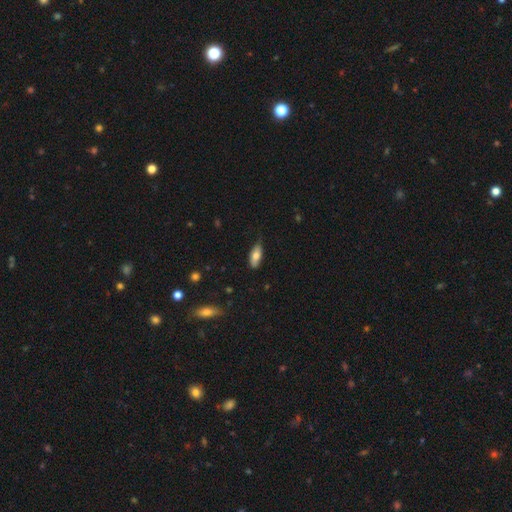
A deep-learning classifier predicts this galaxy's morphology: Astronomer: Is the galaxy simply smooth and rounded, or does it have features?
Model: smooth — 74%.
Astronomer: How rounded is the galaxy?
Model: in between — 81%.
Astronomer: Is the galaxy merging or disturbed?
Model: none — 72%.